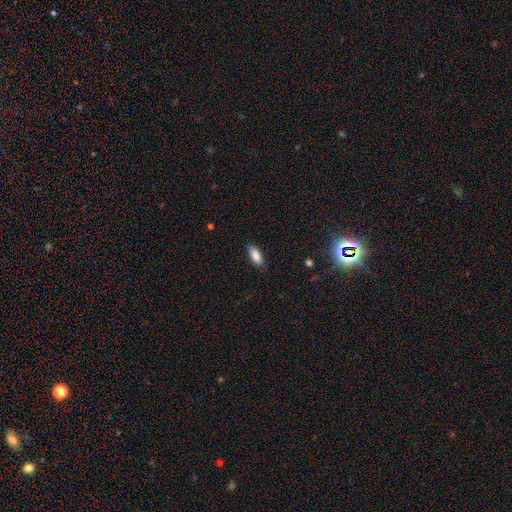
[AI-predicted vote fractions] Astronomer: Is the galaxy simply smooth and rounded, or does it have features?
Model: smooth — 85%.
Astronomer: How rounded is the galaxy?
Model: in between — 78%.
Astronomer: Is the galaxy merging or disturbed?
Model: none — 86%.